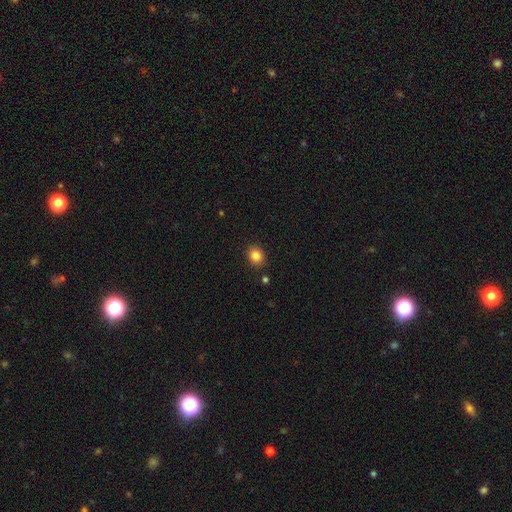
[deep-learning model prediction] A smooth galaxy with no disk features (84%) that is round (66%). Merging: none (88%).